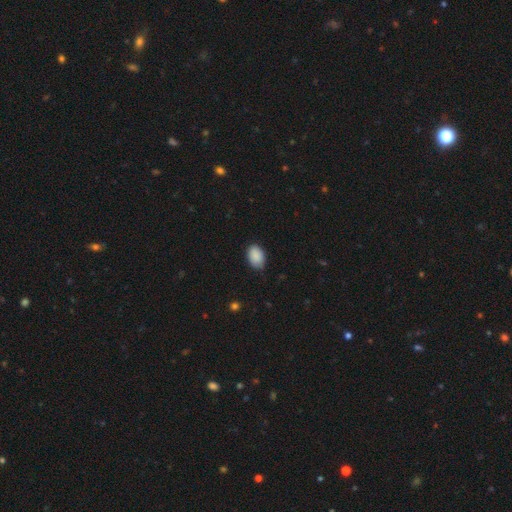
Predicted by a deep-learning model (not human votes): Smooth or featured: smooth — 89% (star or artifact — 7%)
How rounded: in between — 87% (round — 12%)
Merging: none — 76% (minor disturbance — 20%)